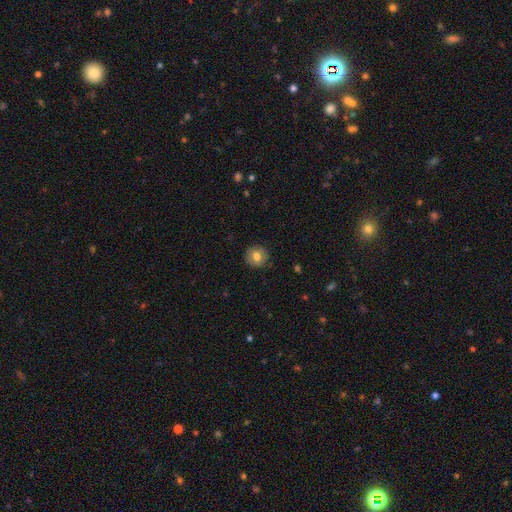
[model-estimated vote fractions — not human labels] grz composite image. It shows a smooth galaxy with no disk features (77%) that is round (91%). Merging: none (89%).